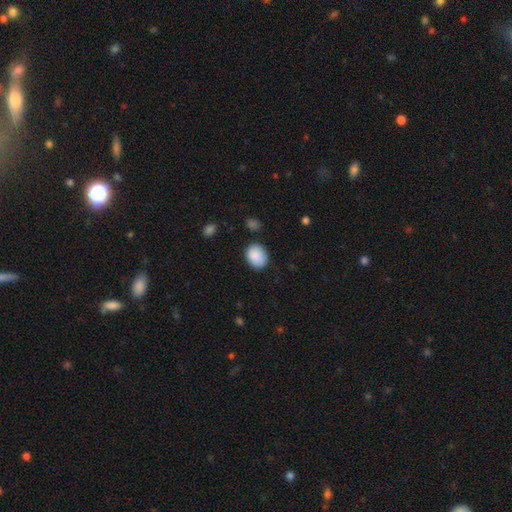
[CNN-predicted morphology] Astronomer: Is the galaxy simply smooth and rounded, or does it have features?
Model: smooth — 89%.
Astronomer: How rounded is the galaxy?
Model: in between — 56% (runner-up: round, 43%).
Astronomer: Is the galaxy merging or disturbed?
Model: none — 82%.